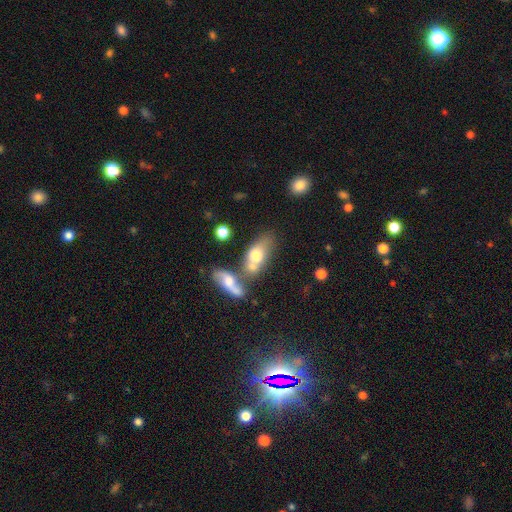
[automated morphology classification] smooth-or-featured: smooth: 63% | featured or disk: 30% | star or artifact: 8%
  how-rounded: in between: 77% | cigar-shaped: 12% | round: 11%
  merging: merger: 50% | none: 31% | minor disturbance: 12% | major disturbance: 7%